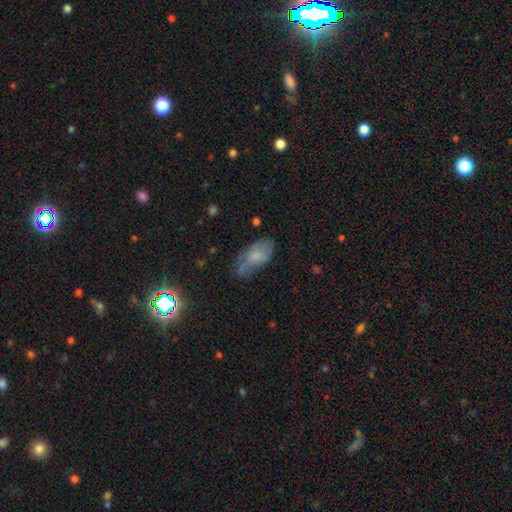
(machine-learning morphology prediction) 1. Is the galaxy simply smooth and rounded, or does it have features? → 65% smooth, 24% featured or disk, 11% star or artifact.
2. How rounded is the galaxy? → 91% in between, 5% cigar-shaped, 4% round.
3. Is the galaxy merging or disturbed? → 48% none, 34% minor disturbance, 13% major disturbance, 5% merger.